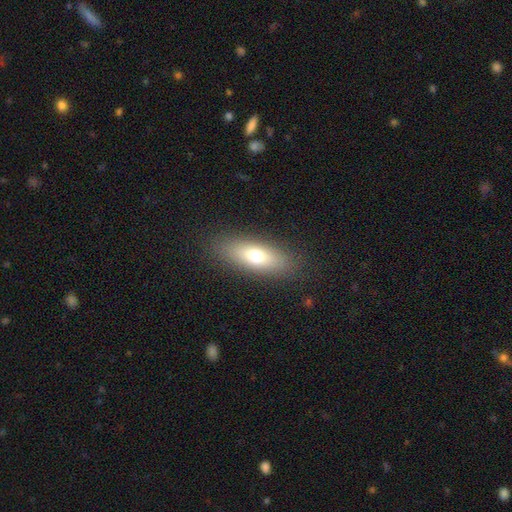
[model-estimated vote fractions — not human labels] This is likely a smooth galaxy (72%). How rounded: likely in between (65%). Merging: clearly none (87%).